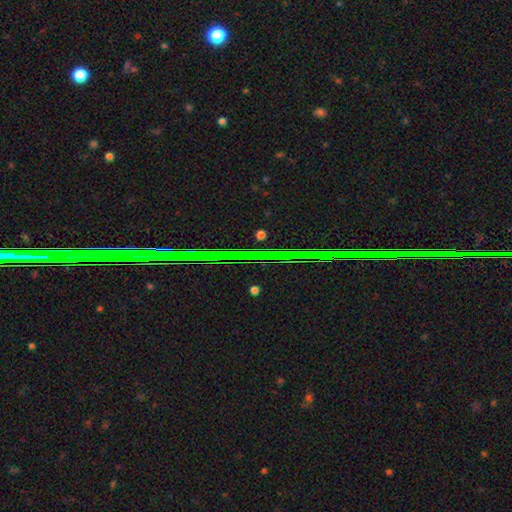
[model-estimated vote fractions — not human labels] smooth-or-featured: star or artifact: 85% | featured or disk: 9% | smooth: 6%